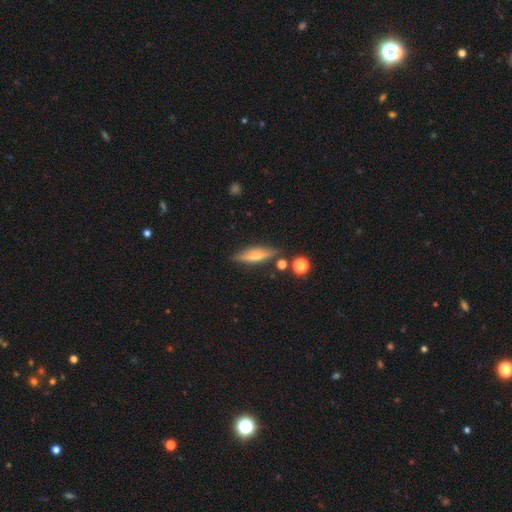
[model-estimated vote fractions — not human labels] This is possibly a smooth galaxy (52%). How rounded: likely cigar-shaped (65%). Merging: likely none (79%).